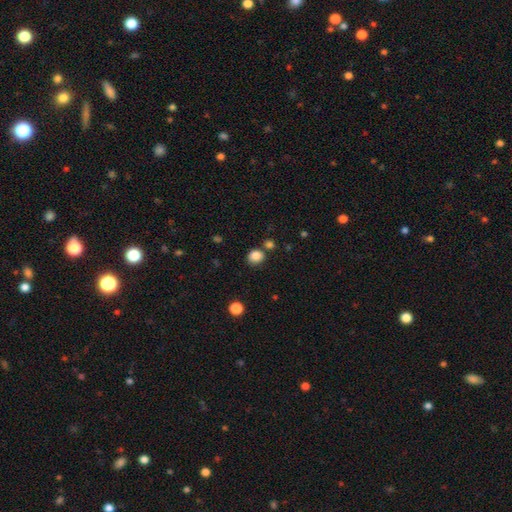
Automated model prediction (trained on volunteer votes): A smooth galaxy with no disk features (85%) that is round (68%).

Vote fractions:
- Smooth or featured? smooth: 85% / star or artifact: 11% / featured or disk: 4%
- How rounded? round: 68% / in between: 31% / cigar-shaped: 1%
- Merging? none: 73% / minor disturbance: 12% / merger: 11% / major disturbance: 4%